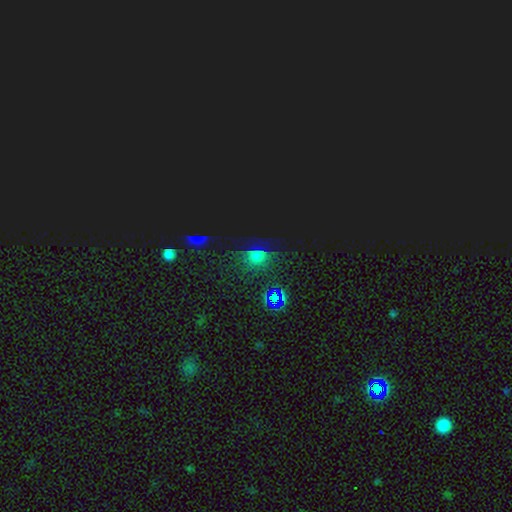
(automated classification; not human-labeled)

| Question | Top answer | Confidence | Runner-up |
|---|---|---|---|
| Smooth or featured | star or artifact | 51% | smooth (41%) |